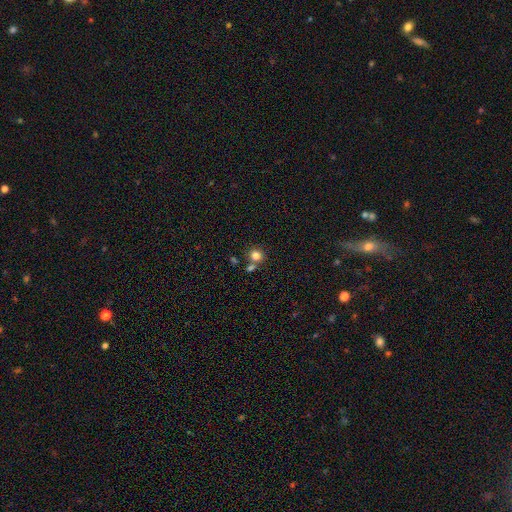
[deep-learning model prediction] Smooth or featured?
  - smooth: 81% *
  - star or artifact: 12%
  - featured or disk: 7%
How rounded?
  - round: 88% *
  - in between: 11%
  - cigar-shaped: 1%
Merging?
  - none: 67% *
  - merger: 22%
  - minor disturbance: 8%
  - major disturbance: 3%